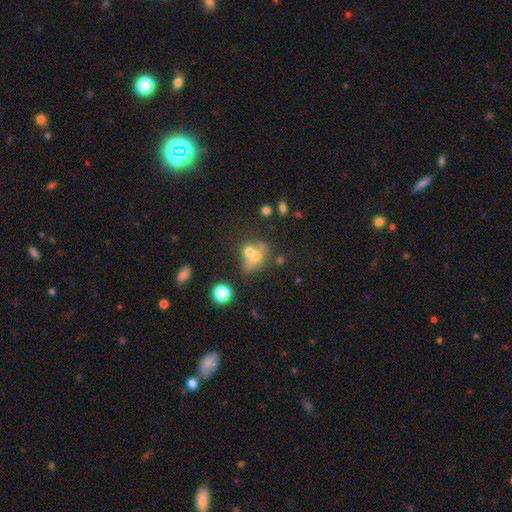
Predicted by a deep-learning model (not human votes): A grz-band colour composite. It shows a smooth galaxy with no disk features (57%) that is round (50%). Merging: merger (55%).